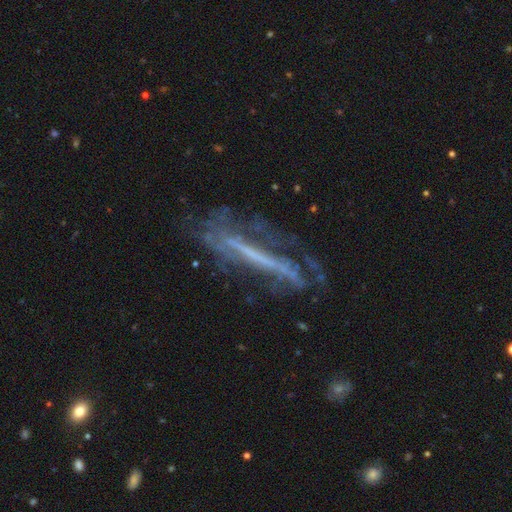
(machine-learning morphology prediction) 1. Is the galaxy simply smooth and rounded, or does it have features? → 71% featured or disk, 17% smooth, 12% star or artifact.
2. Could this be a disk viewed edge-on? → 52% yes, 48% no.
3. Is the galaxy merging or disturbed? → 51% none, 23% major disturbance, 22% minor disturbance, 4% merger.